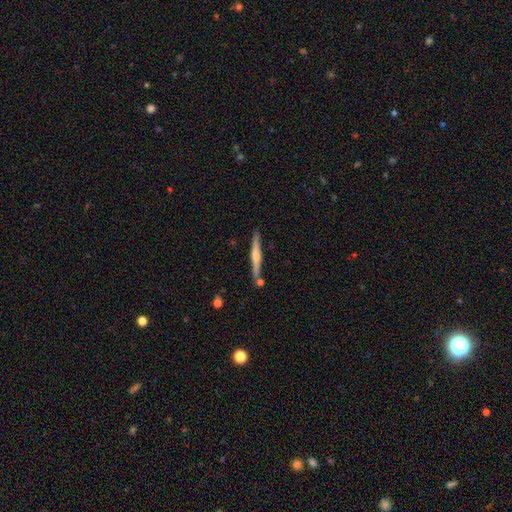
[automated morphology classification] type=featured or disk (65%); edge-on=yes (98%); edge-on bulge=rounded (73%); merging=none (85%).